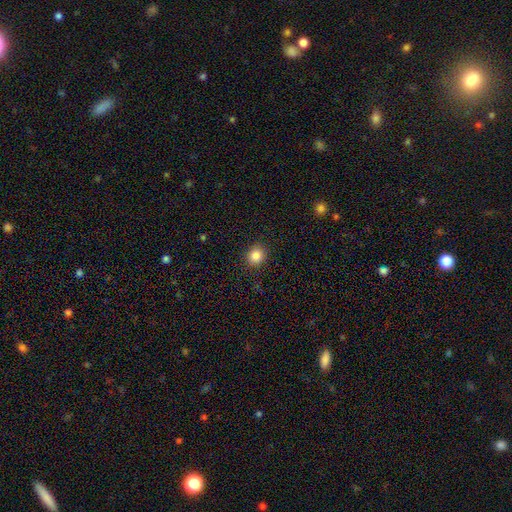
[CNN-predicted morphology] smooth_or_featured: smooth (p=0.86) [alt: star or artifact p=0.10]
how_rounded: round (p=0.81) [alt: in between p=0.18]
merging: none (p=0.89) [alt: minor disturbance p=0.07]